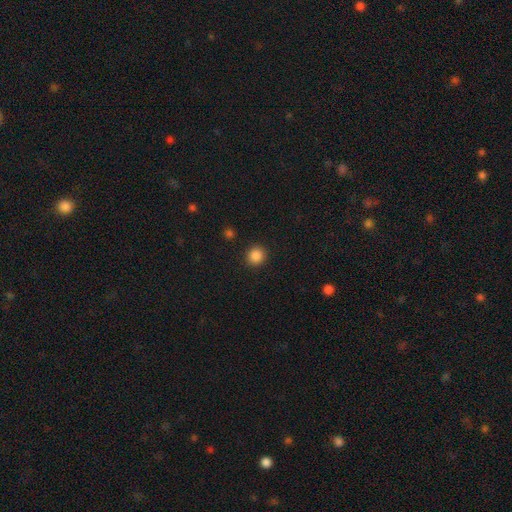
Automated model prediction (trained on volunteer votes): smooth_or_featured: smooth (p=0.86) [alt: star or artifact p=0.10]
how_rounded: round (p=0.90) [alt: in between p=0.09]
merging: none (p=0.91) [alt: minor disturbance p=0.05]